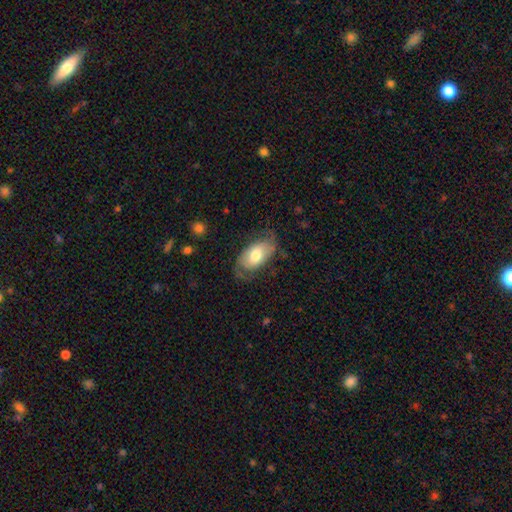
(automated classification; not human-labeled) Smooth or featured? smooth (58%)
How rounded? in between (93%)
Merging? none (58%)